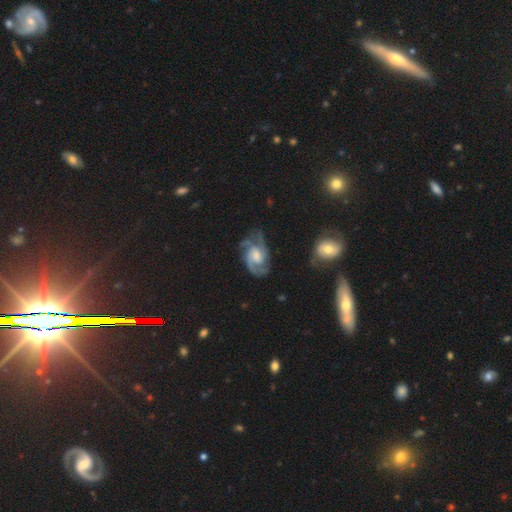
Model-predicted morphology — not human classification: The model was most divided on "bar": no: 47%, weak: 44%, strong: 9%. Remaining: edge-on disk — no (98%); spiral arms — yes (97%); smooth or featured — featured or disk (88%); merging — none (63%); spiral winding — medium (53%); spiral arm count — 2 (49%); bulge size — moderate (47%).